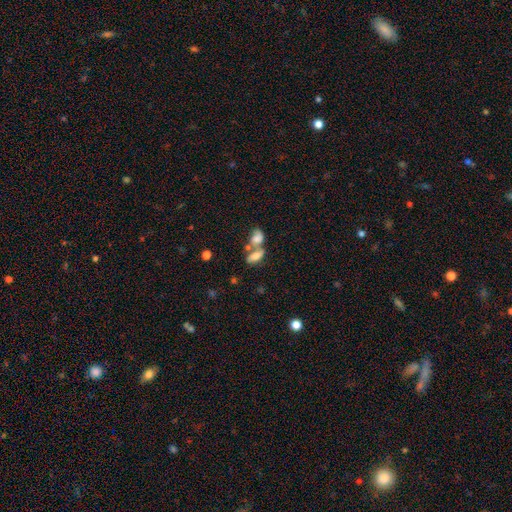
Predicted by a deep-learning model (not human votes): Overall: smooth (71%). How rounded: in between (83%). Merging: merger (59%; none 27%).